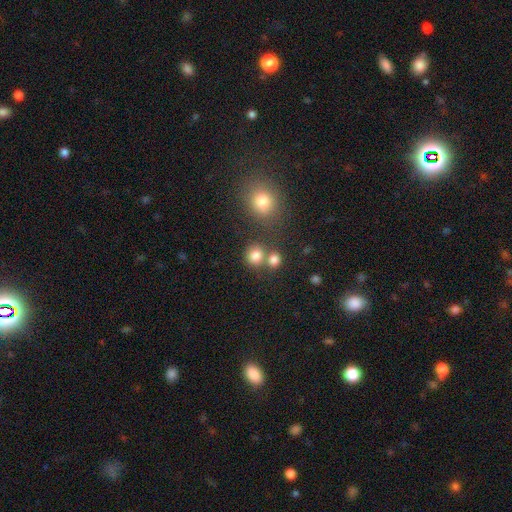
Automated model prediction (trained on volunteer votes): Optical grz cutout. It shows a smooth galaxy with no disk features (81%) that is round (86%). Merging: none (65%).